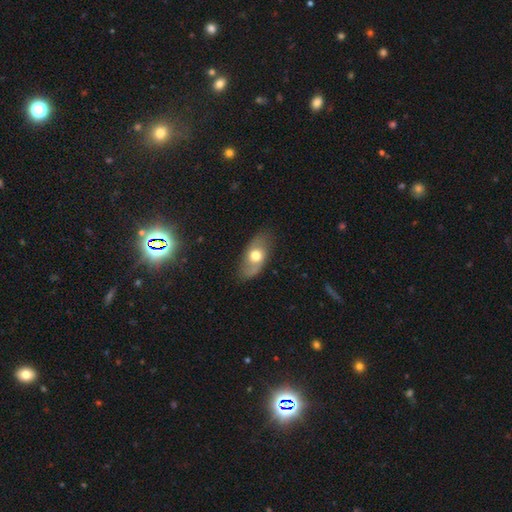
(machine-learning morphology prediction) smooth-or-featured: smooth: 59% | featured or disk: 35% | star or artifact: 7%
  how-rounded: in between: 87% | round: 7% | cigar-shaped: 6%
  merging: none: 76% | minor disturbance: 18% | major disturbance: 4% | merger: 1%